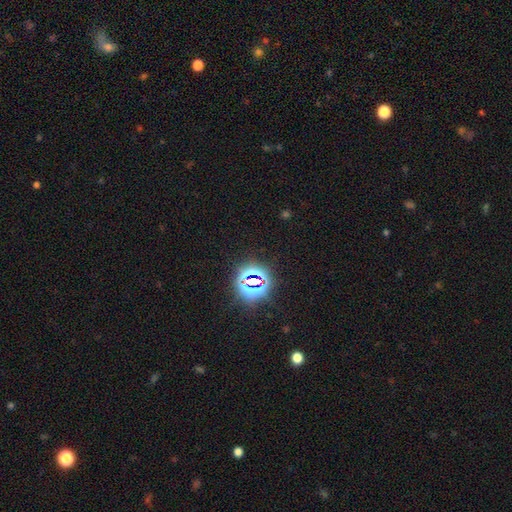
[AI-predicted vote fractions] Smooth or featured?
  - star or artifact: 83% *
  - smooth: 11%
  - featured or disk: 6%